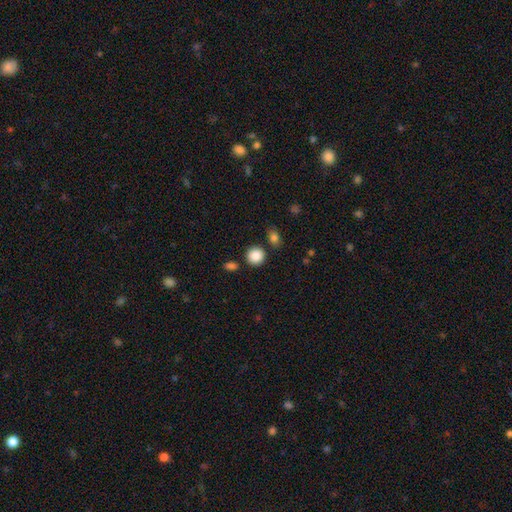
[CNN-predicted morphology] smooth-or-featured: smooth: 88% | star or artifact: 9% | featured or disk: 4%
  how-rounded: round: 89% | in between: 10% | cigar-shaped: 1%
  merging: none: 83% | minor disturbance: 8% | merger: 5% | major disturbance: 3%